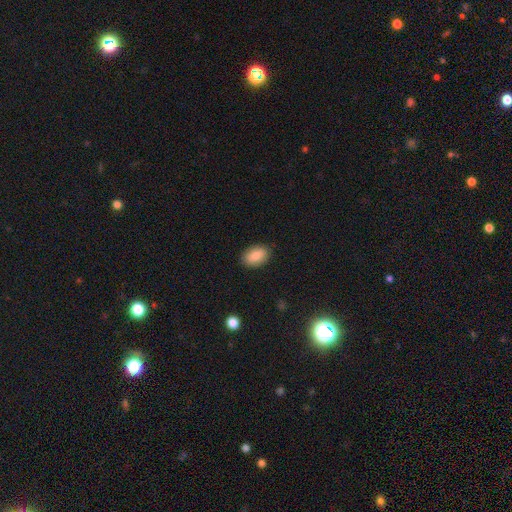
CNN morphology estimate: smooth_or_featured: smooth (p=0.84) [alt: featured or disk p=0.09]
how_rounded: in between (p=0.88) [alt: round p=0.11]
merging: none (p=0.87) [alt: minor disturbance p=0.10]